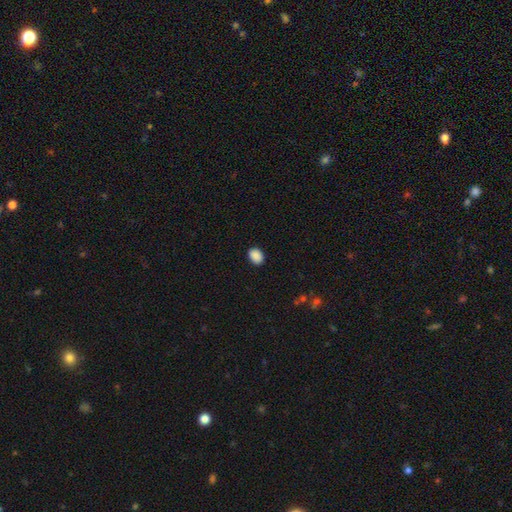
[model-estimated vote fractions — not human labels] smooth-or-featured: smooth: 90% | star or artifact: 8% | featured or disk: 2%
  how-rounded: in between: 65% | round: 34% | cigar-shaped: 1%
  merging: none: 88% | minor disturbance: 9% | major disturbance: 2% | merger: 1%